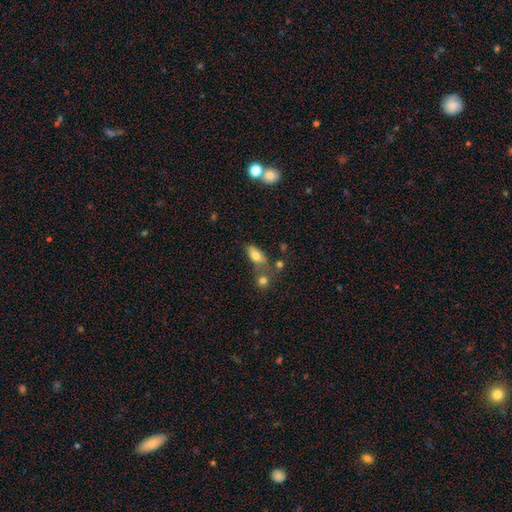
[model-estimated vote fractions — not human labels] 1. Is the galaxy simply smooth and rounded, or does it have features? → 74% smooth, 16% featured or disk, 10% star or artifact.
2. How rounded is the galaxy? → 82% in between, 11% cigar-shaped, 6% round.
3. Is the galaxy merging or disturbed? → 50% none, 25% merger, 17% minor disturbance, 8% major disturbance.